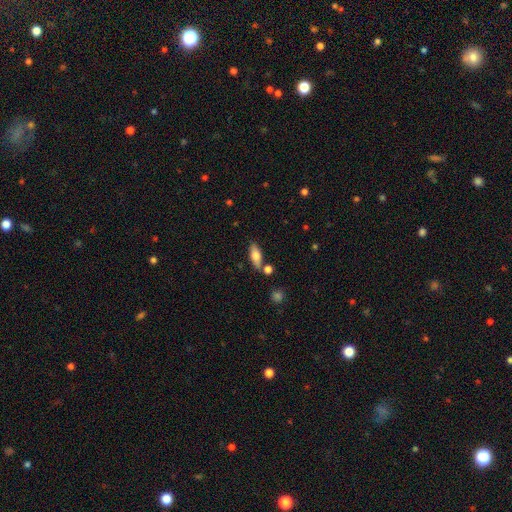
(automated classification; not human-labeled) This is likely a smooth galaxy (73%). How rounded: likely in between (74%). Merging: likely none (74%).